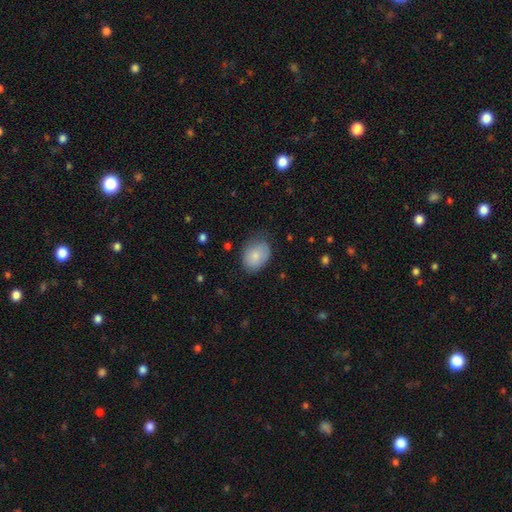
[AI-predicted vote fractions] Overall: smooth (80%). How rounded: in between (70%). Merging: none (63%; minor disturbance 29%).